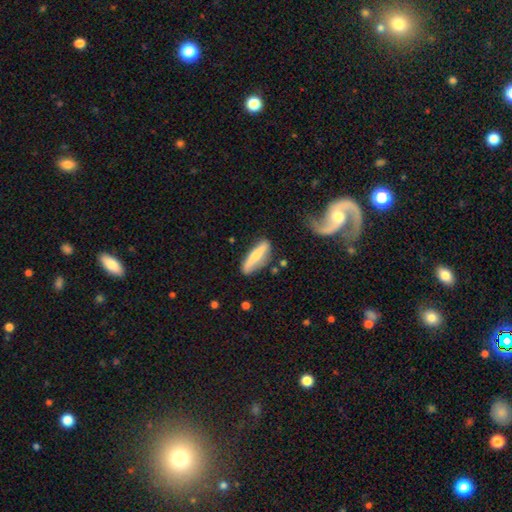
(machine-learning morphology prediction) Smooth or featured? Predicted: smooth (p=0.55). How rounded? Predicted: cigar-shaped (p=0.69). Merging? Predicted: none (p=0.73).